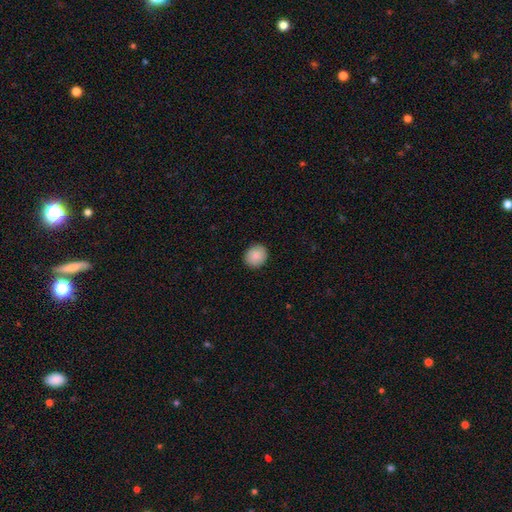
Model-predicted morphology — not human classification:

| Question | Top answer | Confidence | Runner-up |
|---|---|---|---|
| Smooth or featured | smooth | 88% | star or artifact (7%) |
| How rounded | round | 79% | in between (20%) |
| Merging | none | 91% | minor disturbance (7%) |